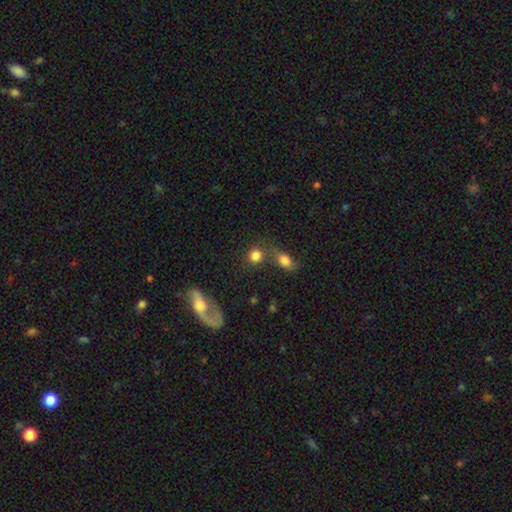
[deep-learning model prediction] This is clearly a smooth galaxy (81%). How rounded: clearly round (83%). Merging: possibly none (56%).